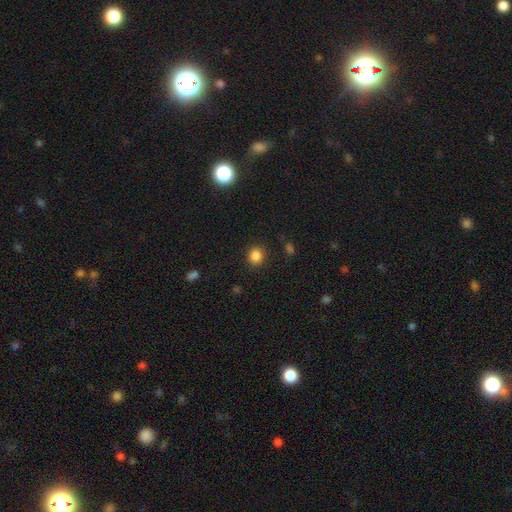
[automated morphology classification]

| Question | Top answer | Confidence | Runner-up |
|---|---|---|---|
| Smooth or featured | smooth | 85% | star or artifact (12%) |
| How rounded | round | 83% | in between (16%) |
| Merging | none | 89% | minor disturbance (7%) |